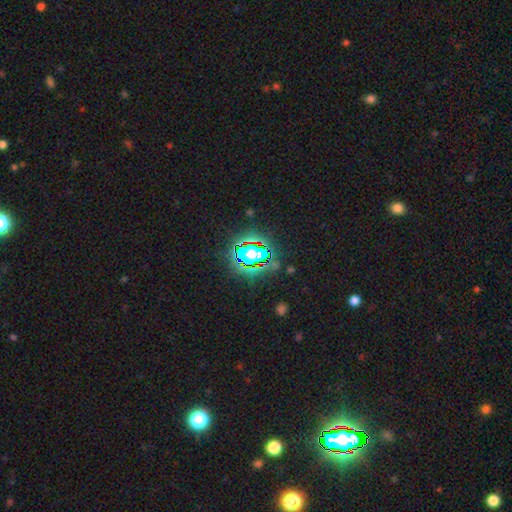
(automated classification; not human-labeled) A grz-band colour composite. It shows a star or artifact, not a galaxy (64%).